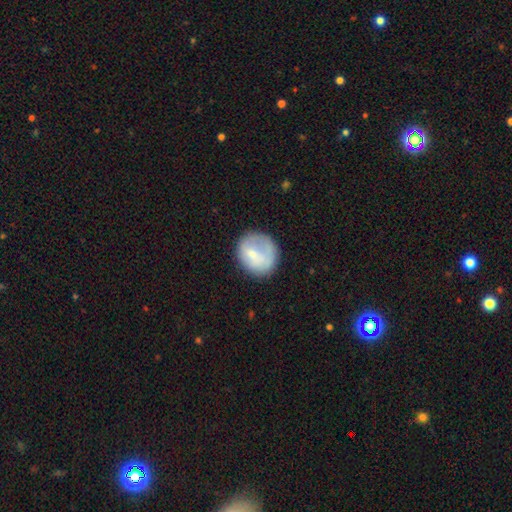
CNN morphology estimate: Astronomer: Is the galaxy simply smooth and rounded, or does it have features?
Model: smooth — 68%.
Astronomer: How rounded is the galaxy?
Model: round — 81%.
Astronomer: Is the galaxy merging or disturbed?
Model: none — 64%.